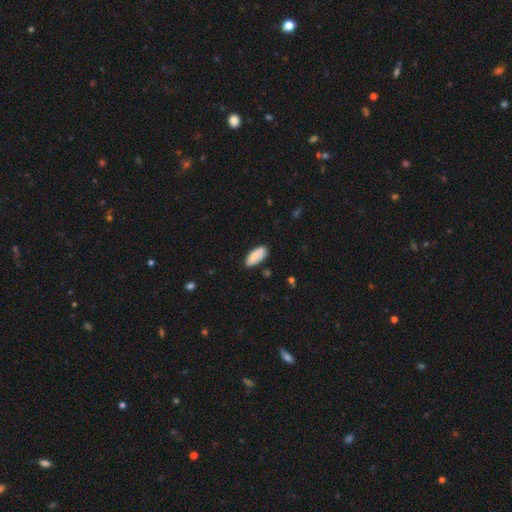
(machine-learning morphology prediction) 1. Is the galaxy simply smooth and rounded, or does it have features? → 84% smooth, 10% featured or disk, 6% star or artifact.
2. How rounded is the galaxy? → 89% in between, 10% cigar-shaped, 2% round.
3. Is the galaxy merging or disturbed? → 79% none, 16% minor disturbance, 3% major disturbance, 2% merger.